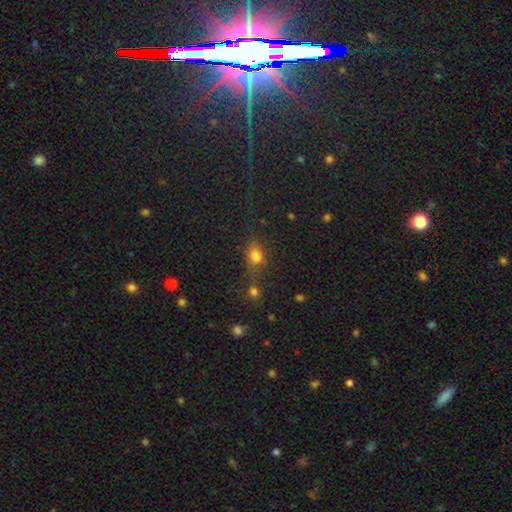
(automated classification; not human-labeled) smooth 73%, star or artifact 18%, featured or disk 9%. Down the decision tree: how rounded — in between (70%); merging — none (46%).